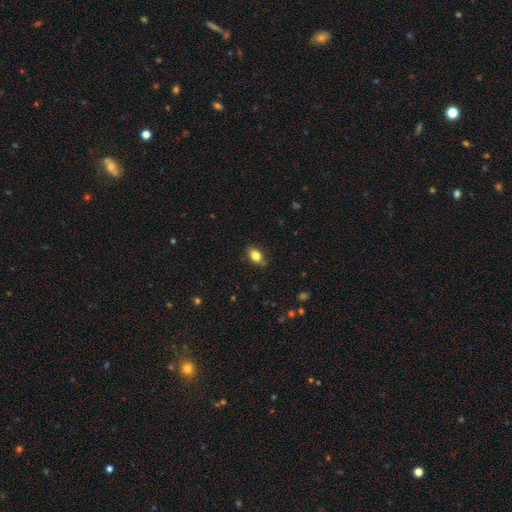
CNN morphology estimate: A smooth galaxy with no disk features (83%) that is in between round and cigar-shaped (80%).

Vote fractions:
- Smooth or featured? smooth: 83% / star or artifact: 9% / featured or disk: 8%
- How rounded? in between: 80% / round: 18% / cigar-shaped: 2%
- Merging? none: 79% / minor disturbance: 16% / major disturbance: 3% / merger: 2%